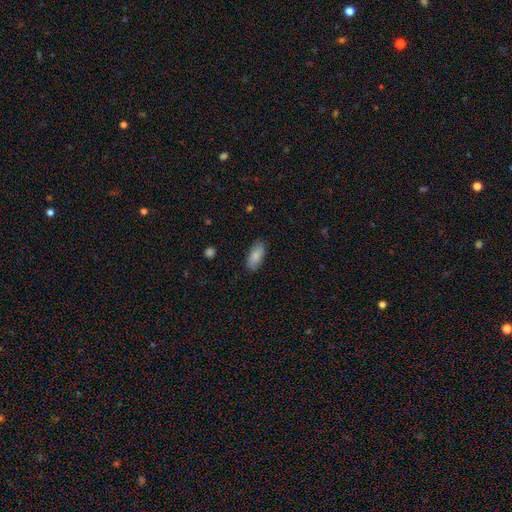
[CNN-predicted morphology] smooth_or_featured: smooth (p=0.85) [alt: featured or disk p=0.09]
how_rounded: in between (p=0.87) [alt: cigar-shaped p=0.11]
merging: none (p=0.86) [alt: minor disturbance p=0.10]